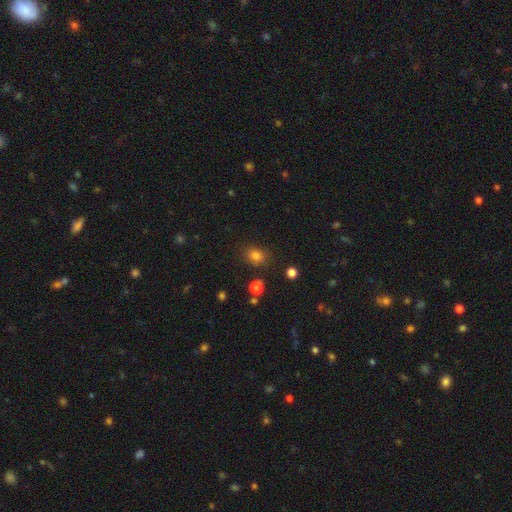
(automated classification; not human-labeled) Smooth or featured?
  - smooth: 81% *
  - star or artifact: 14%
  - featured or disk: 6%
How rounded?
  - round: 61% *
  - in between: 38%
  - cigar-shaped: 1%
Merging?
  - none: 82% *
  - minor disturbance: 11%
  - major disturbance: 4%
  - merger: 3%